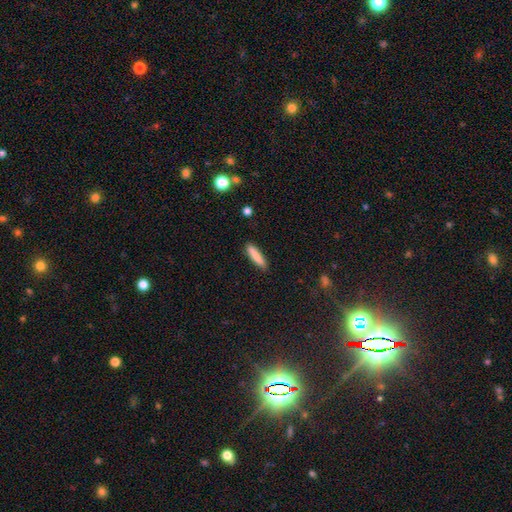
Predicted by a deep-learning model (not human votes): smooth 84%, featured or disk 9%, star or artifact 7%. Down the decision tree: how rounded — cigar-shaped (83%); merging — none (88%).